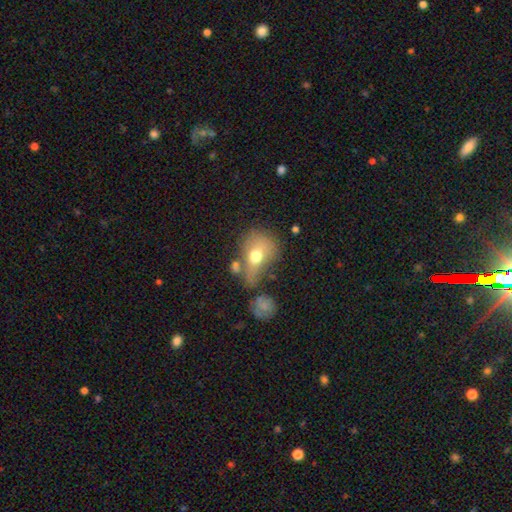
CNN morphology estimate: This is likely a smooth galaxy (65%). How rounded: possibly in between (58%). Merging: marginally none (33%).